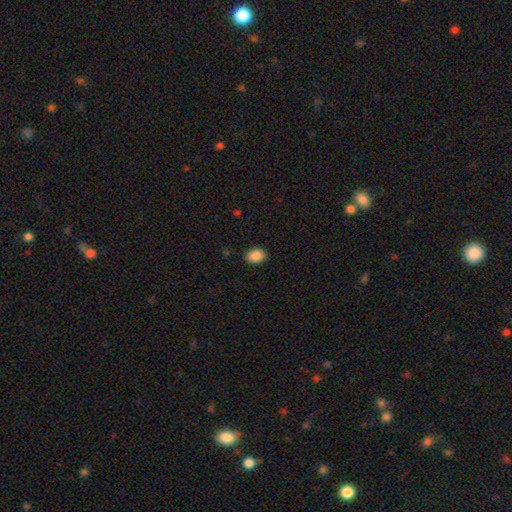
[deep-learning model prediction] Smooth or featured?
  - smooth: 88% *
  - star or artifact: 8%
  - featured or disk: 4%
How rounded?
  - in between: 75% *
  - round: 24%
  - cigar-shaped: 1%
Merging?
  - none: 88% *
  - minor disturbance: 9%
  - major disturbance: 2%
  - merger: 1%